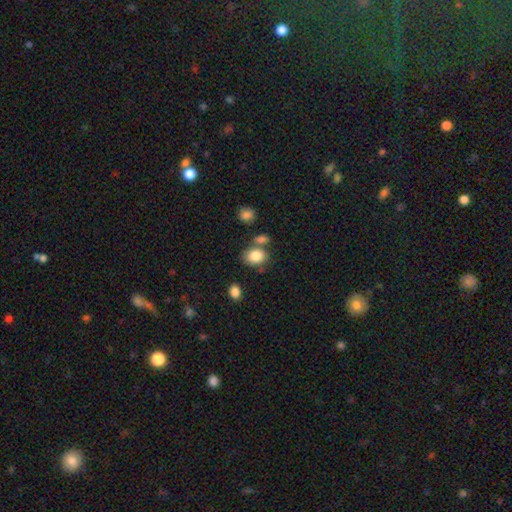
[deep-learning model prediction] Smooth or featured? smooth (84%)
How rounded? in between (59%)
Merging? none (61%)